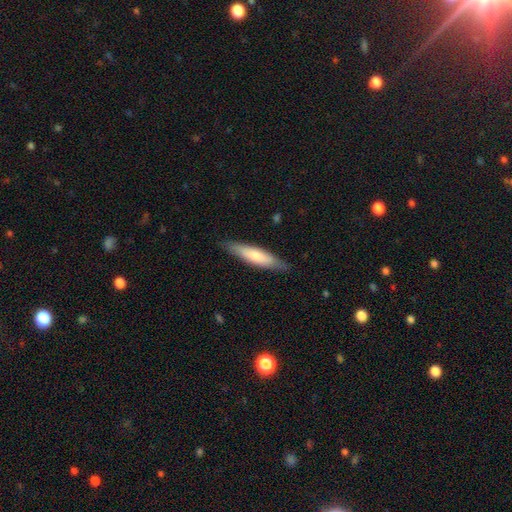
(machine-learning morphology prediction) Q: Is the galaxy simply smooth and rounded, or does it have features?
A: smooth — 68%.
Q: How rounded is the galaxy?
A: cigar-shaped — 81%.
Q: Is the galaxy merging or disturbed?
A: none — 86%.